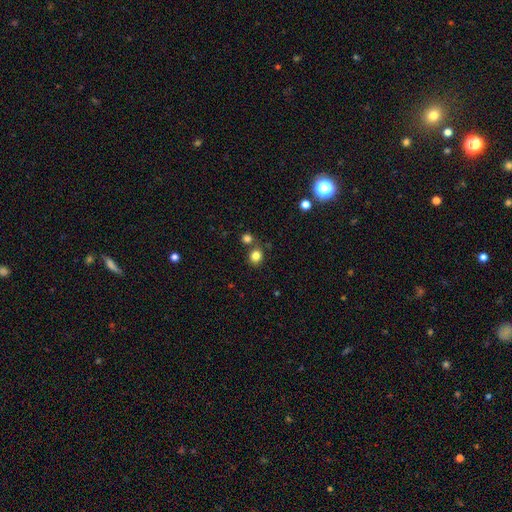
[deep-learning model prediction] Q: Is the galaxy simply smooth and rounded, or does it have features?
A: smooth — 83%.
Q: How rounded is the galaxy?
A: round — 77%.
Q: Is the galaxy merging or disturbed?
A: none — 71%.